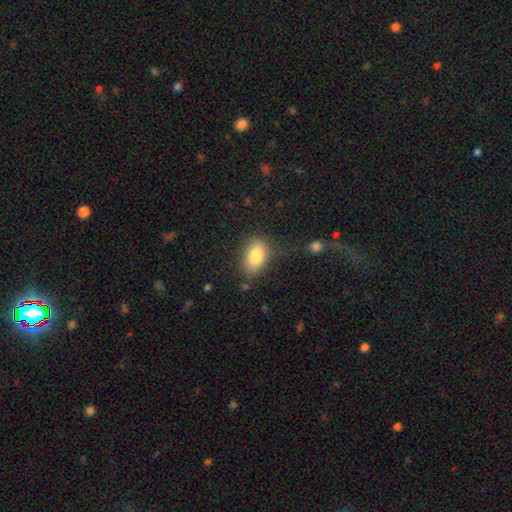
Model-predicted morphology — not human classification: Q: Smooth or featured?
A: smooth (83%); runner-up: featured or disk (9%)
Q: How rounded?
A: in between (88%); runner-up: round (10%)
Q: Merging?
A: none (74%); runner-up: minor disturbance (16%)